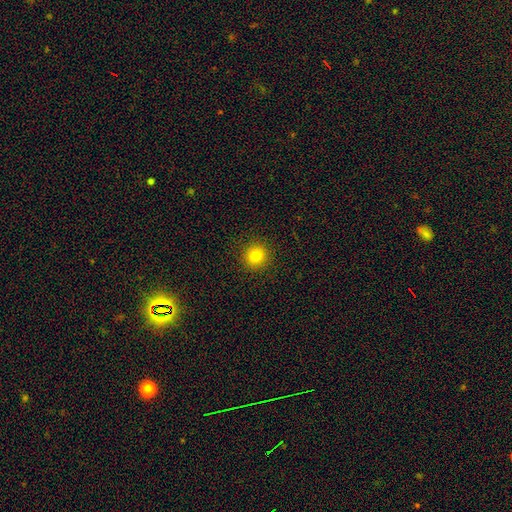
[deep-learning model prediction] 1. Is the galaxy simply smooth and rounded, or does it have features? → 81% smooth, 12% star or artifact, 6% featured or disk.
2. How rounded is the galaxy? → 91% round, 8% in between, 1% cigar-shaped.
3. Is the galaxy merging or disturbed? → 92% none, 5% minor disturbance, 2% major disturbance, 1% merger.